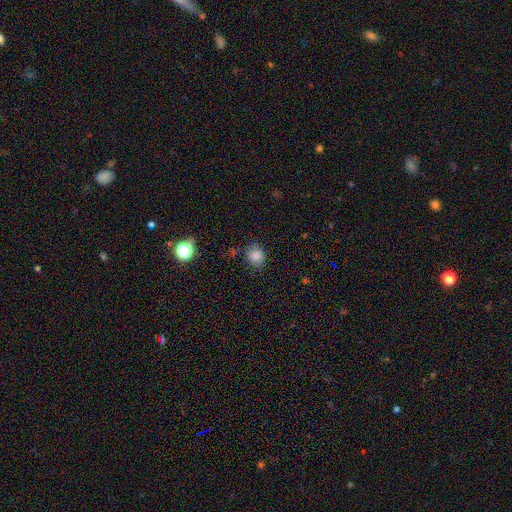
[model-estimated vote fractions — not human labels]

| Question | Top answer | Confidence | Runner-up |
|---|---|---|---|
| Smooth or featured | smooth | 82% | star or artifact (12%) |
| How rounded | round | 62% | in between (37%) |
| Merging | none | 77% | minor disturbance (16%) |